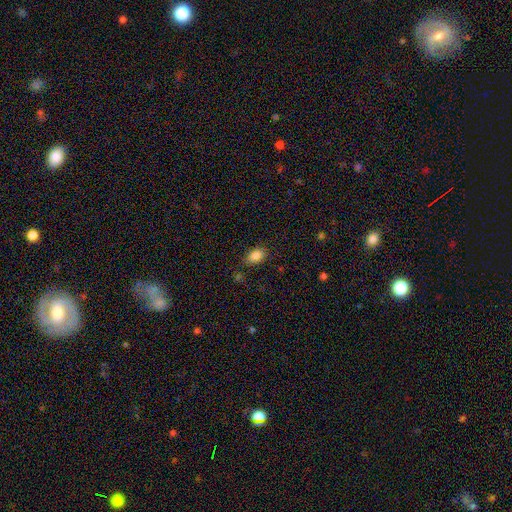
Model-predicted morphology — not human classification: Q: Smooth or featured?
A: smooth (86%); runner-up: star or artifact (9%)
Q: How rounded?
A: in between (87%); runner-up: round (11%)
Q: Merging?
A: none (80%); runner-up: minor disturbance (14%)